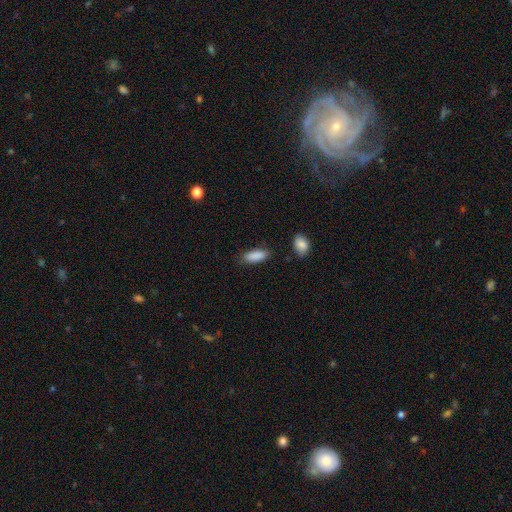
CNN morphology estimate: Smooth or featured? Predicted: smooth (p=0.89). How rounded? Predicted: in between (p=0.76). Merging? Predicted: none (p=0.80).